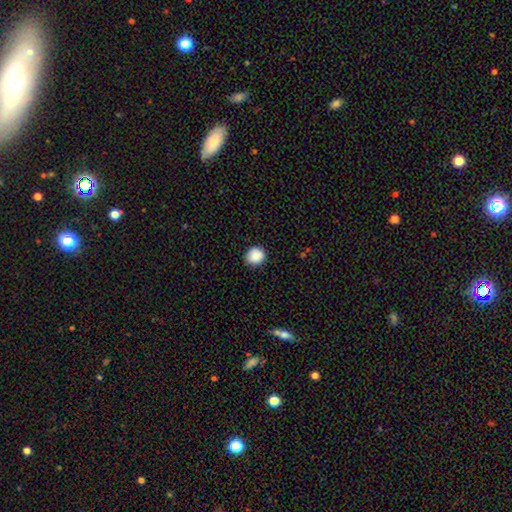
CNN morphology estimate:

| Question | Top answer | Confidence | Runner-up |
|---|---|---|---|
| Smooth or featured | smooth | 89% | star or artifact (8%) |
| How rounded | round | 83% | in between (16%) |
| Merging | none | 87% | minor disturbance (10%) |